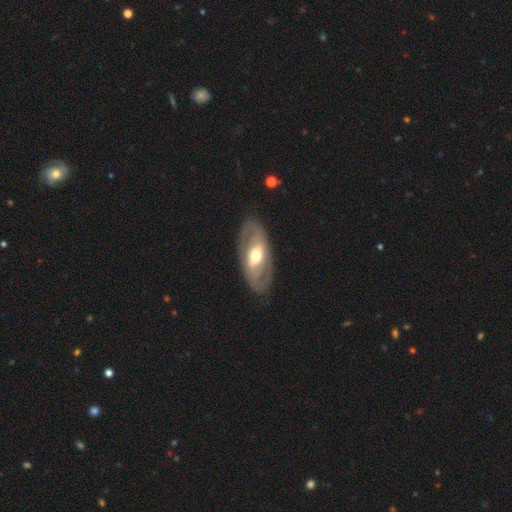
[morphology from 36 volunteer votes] A featured or disk galaxy (86%) with a weak bar (48%), no spiral arms (52%) and a moderate central bulge (68%).

Vote fractions:
- Smooth or featured? featured or disk: 86% / smooth: 11% / star or artifact: 3%
- Edge-on disk? no: 81% / yes: 19%
- Bar? weak: 48% / strong: 32% / no: 20%
- Spiral arms? no: 52% / yes: 48%
- Bulge size? moderate: 68% / large: 28% / small: 4% / dominant: 0% / none: 0%
- Merging? none: 94% / minor disturbance: 6% / major disturbance: 0% / merger: 0%